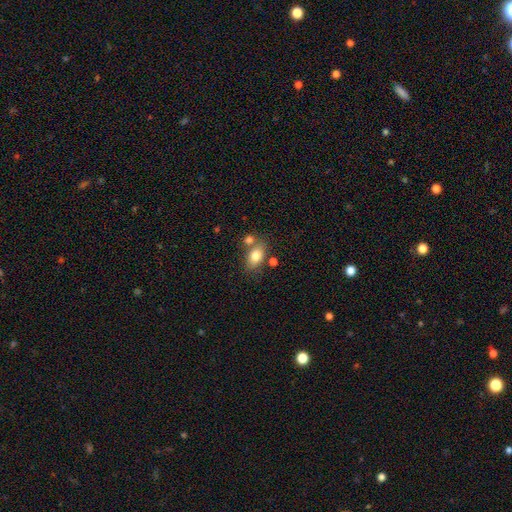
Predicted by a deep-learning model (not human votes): Q: Smooth or featured?
A: smooth (79%); runner-up: featured or disk (12%)
Q: How rounded?
A: in between (83%); runner-up: round (15%)
Q: Merging?
A: none (60%); runner-up: merger (22%)